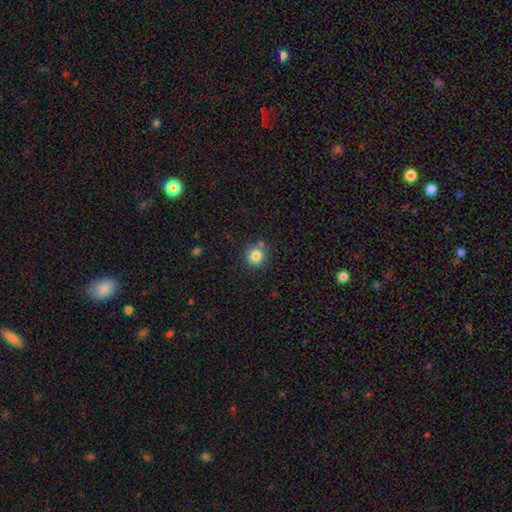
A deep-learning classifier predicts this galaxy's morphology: A smooth galaxy with no disk features (83%) that is round (92%).

Vote fractions:
- Smooth or featured? smooth: 83% / star or artifact: 11% / featured or disk: 6%
- How rounded? round: 92% / in between: 7% / cigar-shaped: 1%
- Merging? none: 80% / minor disturbance: 10% / merger: 7% / major disturbance: 3%